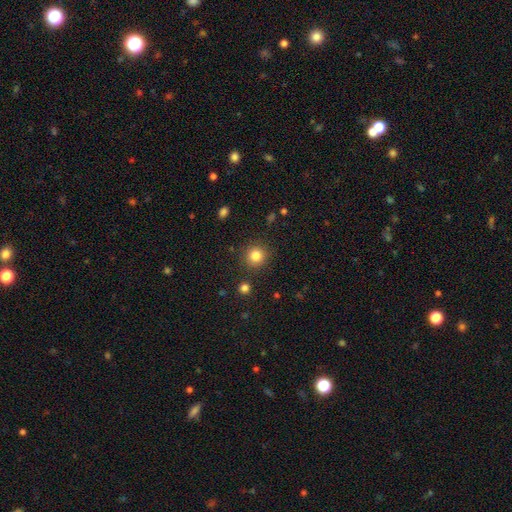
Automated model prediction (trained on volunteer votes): A smooth galaxy with no disk features (83%) that is round (92%).

Vote fractions:
- Smooth or featured? smooth: 83% / star or artifact: 12% / featured or disk: 5%
- How rounded? round: 92% / in between: 7% / cigar-shaped: 1%
- Merging? none: 88% / minor disturbance: 7% / major disturbance: 3% / merger: 2%